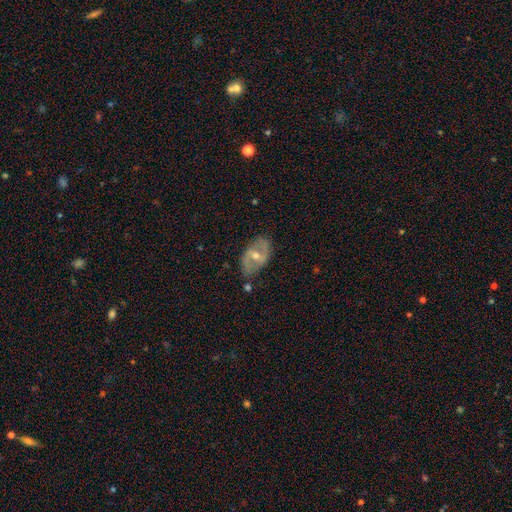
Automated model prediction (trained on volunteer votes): Smooth or featured? featured or disk (73%)
Edge-on disk? no (93%)
Bar? weak (45%)
Spiral arms? yes (74%)
Bulge size? moderate (59%)
Merging? none (75%)